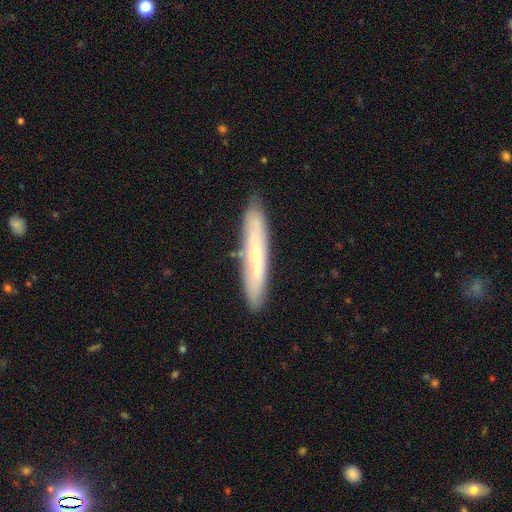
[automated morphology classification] Smooth or featured? featured or disk (50%)
Merging? none (85%)